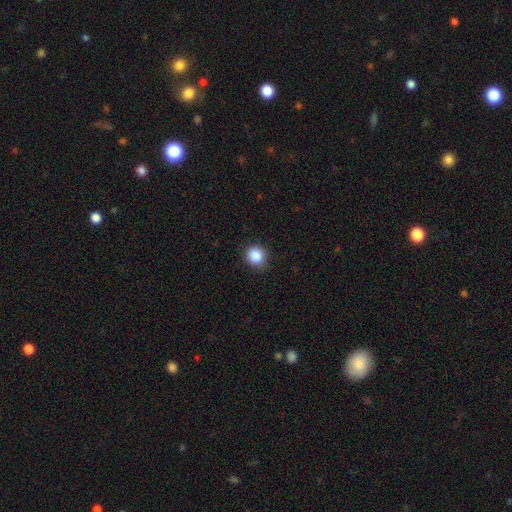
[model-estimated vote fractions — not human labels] This is clearly a smooth galaxy (87%). How rounded: clearly round (84%). Merging: clearly none (83%).